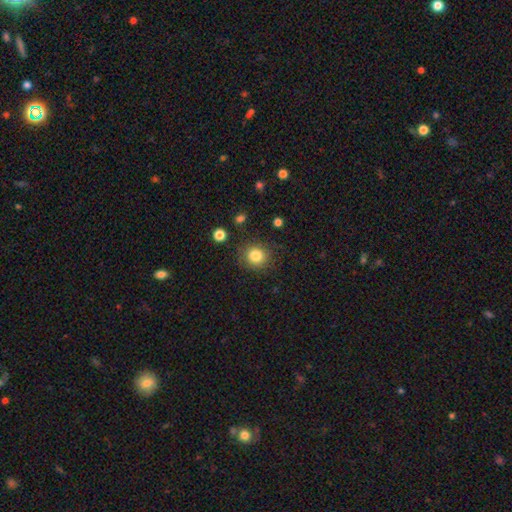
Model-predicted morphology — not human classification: Smooth or featured? Predicted: smooth (p=0.83). How rounded? Predicted: round (p=0.86). Merging? Predicted: none (p=0.84).